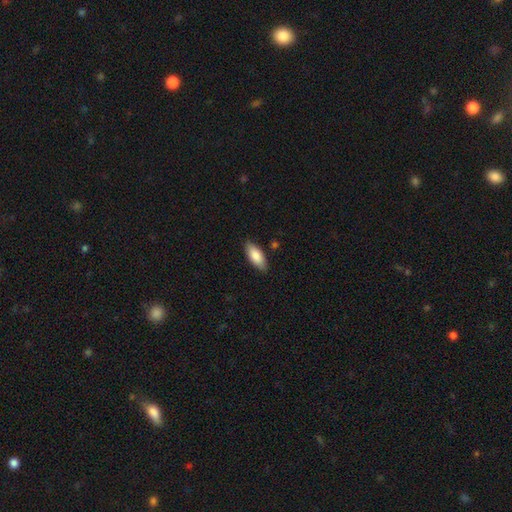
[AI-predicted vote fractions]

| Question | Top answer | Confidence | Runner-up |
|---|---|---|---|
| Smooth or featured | smooth | 84% | featured or disk (10%) |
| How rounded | in between | 83% | cigar-shaped (15%) |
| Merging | none | 85% | minor disturbance (12%) |